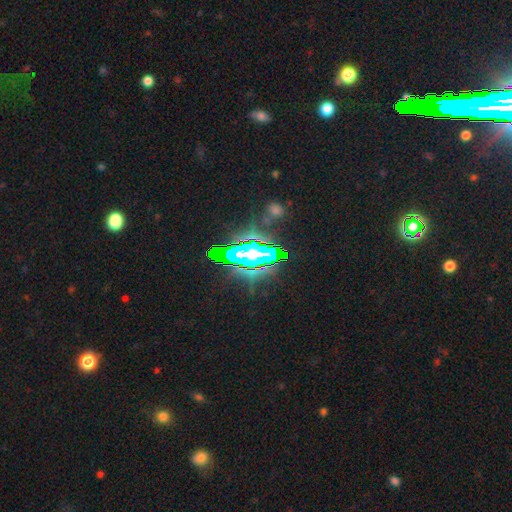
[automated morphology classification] A star or artifact, not a galaxy (81%).

Vote fractions:
- Smooth or featured? star or artifact: 81% / smooth: 10% / featured or disk: 10%